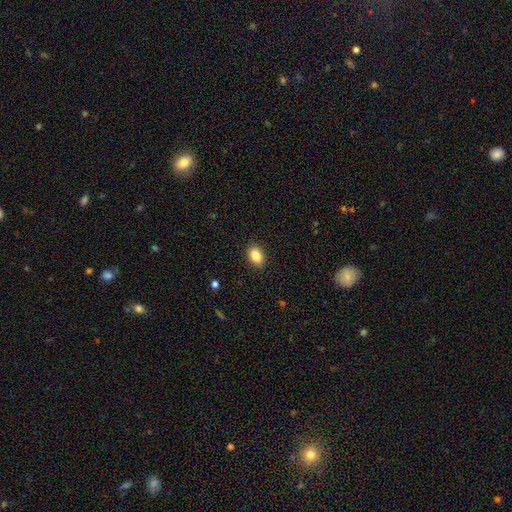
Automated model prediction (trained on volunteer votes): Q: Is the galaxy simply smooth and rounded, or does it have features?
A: smooth — 86%.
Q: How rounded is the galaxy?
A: in between — 83%.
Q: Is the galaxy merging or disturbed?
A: none — 89%.